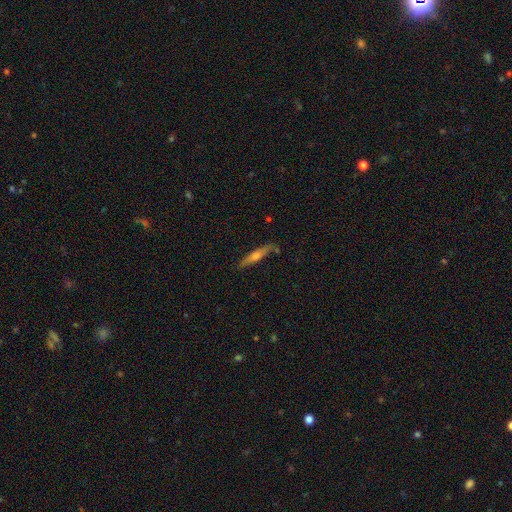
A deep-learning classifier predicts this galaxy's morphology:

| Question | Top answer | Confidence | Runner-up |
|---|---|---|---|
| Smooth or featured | featured or disk | 55% | smooth (39%) |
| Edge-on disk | yes | 94% | no (6%) |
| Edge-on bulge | rounded | 82% | none (11%) |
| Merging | none | 81% | minor disturbance (14%) |